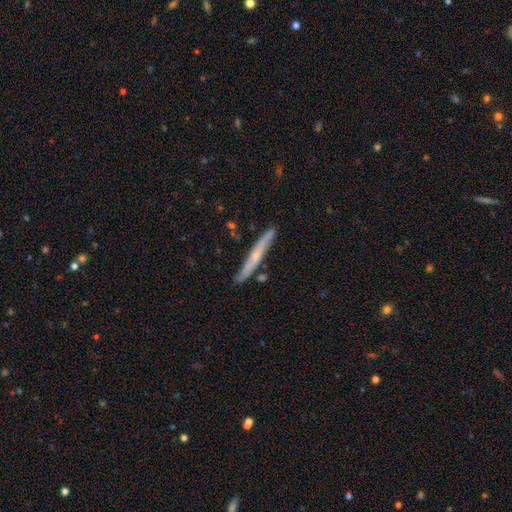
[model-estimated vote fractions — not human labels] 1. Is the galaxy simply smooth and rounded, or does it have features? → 57% featured or disk, 37% smooth, 6% star or artifact.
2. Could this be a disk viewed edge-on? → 93% yes, 7% no.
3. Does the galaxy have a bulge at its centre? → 49% rounded, 47% none, 4% boxy.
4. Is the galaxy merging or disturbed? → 84% none, 11% minor disturbance, 3% merger, 2% major disturbance.